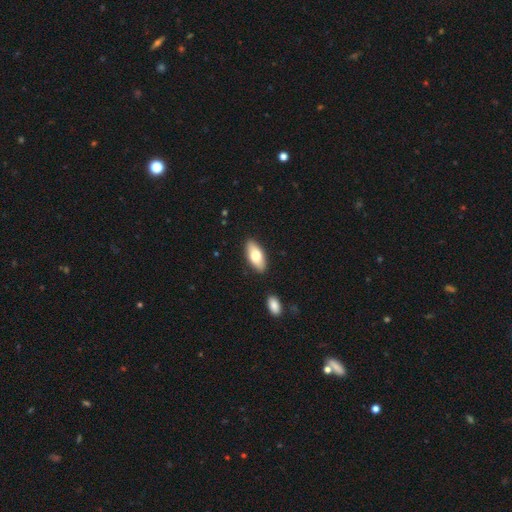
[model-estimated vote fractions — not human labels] This is likely a smooth galaxy (73%). How rounded: clearly in between (86%). Merging: clearly none (86%).